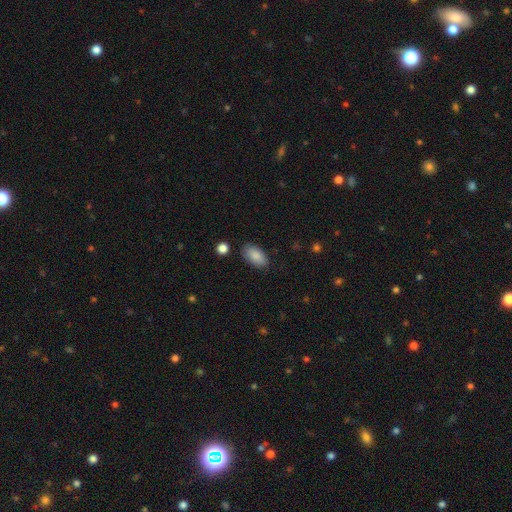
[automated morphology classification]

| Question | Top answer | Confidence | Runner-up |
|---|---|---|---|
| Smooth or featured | smooth | 87% | star or artifact (7%) |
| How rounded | in between | 94% | round (4%) |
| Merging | none | 84% | minor disturbance (12%) |